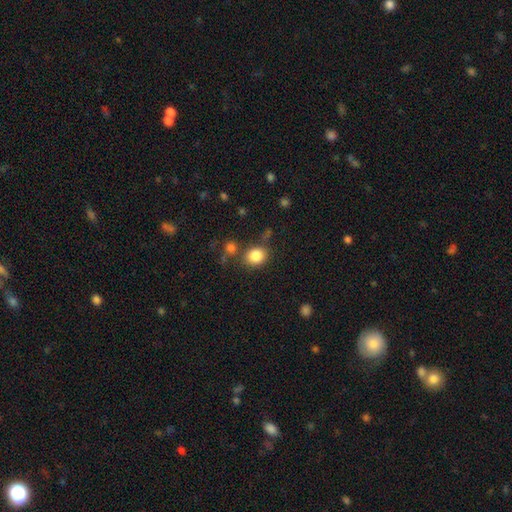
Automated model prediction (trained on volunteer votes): smooth-or-featured: smooth: 85% | star or artifact: 10% | featured or disk: 5%
  how-rounded: round: 70% | in between: 29% | cigar-shaped: 1%
  merging: none: 74% | minor disturbance: 12% | merger: 9% | major disturbance: 5%